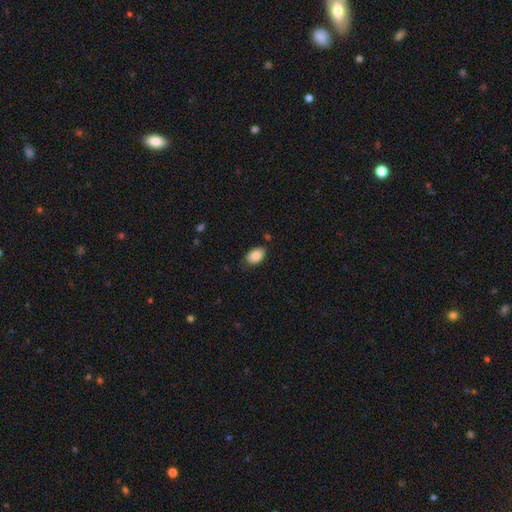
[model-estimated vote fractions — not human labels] Smooth or featured: smooth — 87% (star or artifact — 7%)
How rounded: in between — 87% (round — 12%)
Merging: none — 78% (minor disturbance — 17%)